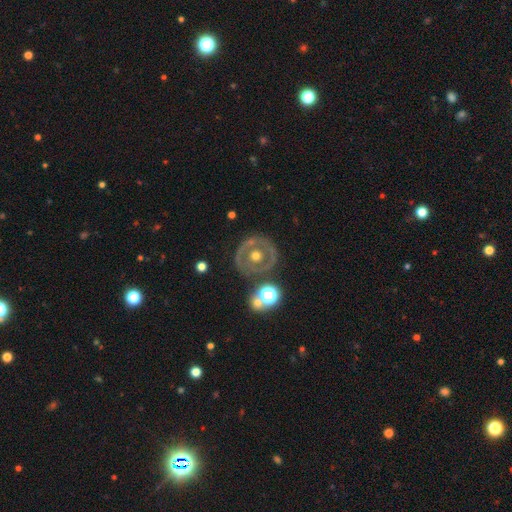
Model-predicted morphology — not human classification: smooth-or-featured: featured or disk: 64% | smooth: 27% | star or artifact: 9%
  disk-edge-on: no: 95% | yes: 5%
    bar: no: 84% | weak: 11% | strong: 5%
    has-spiral-arms: no: 80% | yes: 20%
    bulge-size: moderate: 74% | small: 14% | large: 8% | none: 2% | dominant: 2%
  merging: none: 77% | minor disturbance: 12% | major disturbance: 6% | merger: 5%